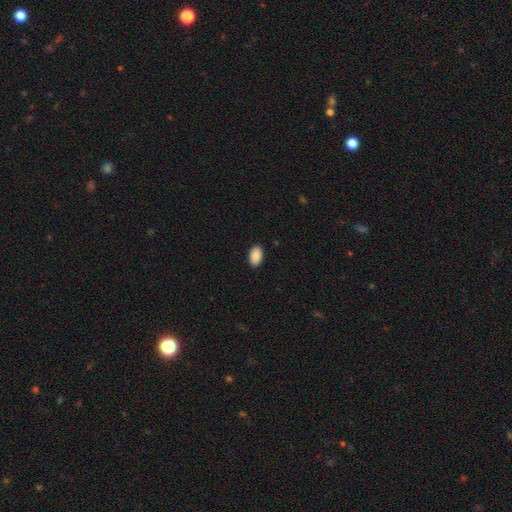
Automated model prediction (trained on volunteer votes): A smooth galaxy with no disk features (90%) that is in between round and cigar-shaped (93%). Merging: none (90%).